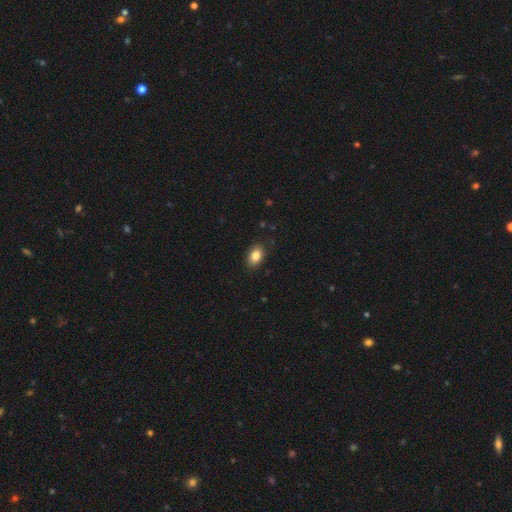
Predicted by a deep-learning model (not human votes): Smooth or featured: smooth — 85% (star or artifact — 8%)
How rounded: in between — 87% (round — 12%)
Merging: none — 87% (minor disturbance — 10%)